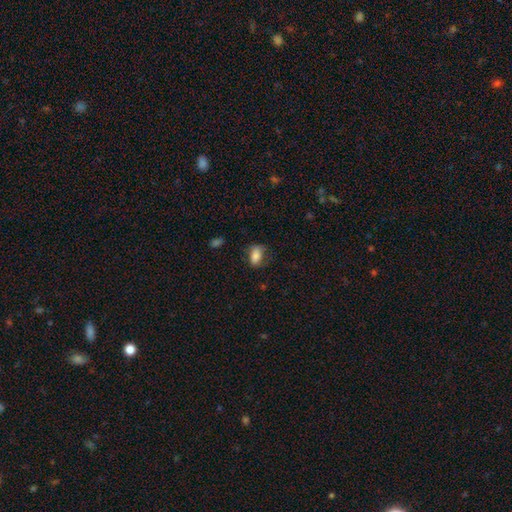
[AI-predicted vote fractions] smooth_or_featured: smooth (p=0.80) [alt: featured or disk p=0.12]
how_rounded: in between (p=0.87) [alt: round p=0.09]
merging: none (p=0.63) [alt: minor disturbance p=0.25]